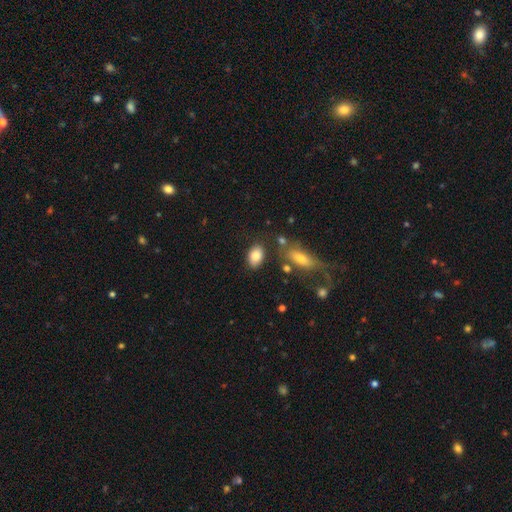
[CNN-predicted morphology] Smooth or featured?
  - smooth: 83% *
  - featured or disk: 9%
  - star or artifact: 7%
How rounded?
  - in between: 89% *
  - round: 9%
  - cigar-shaped: 2%
Merging?
  - none: 78% *
  - minor disturbance: 12%
  - merger: 6%
  - major disturbance: 4%